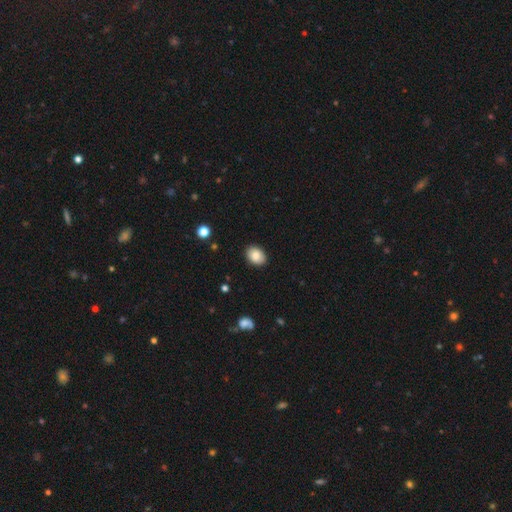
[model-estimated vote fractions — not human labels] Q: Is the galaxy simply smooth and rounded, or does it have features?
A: smooth — 85%.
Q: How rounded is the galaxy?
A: in between — 69%.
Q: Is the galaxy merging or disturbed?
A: none — 89%.